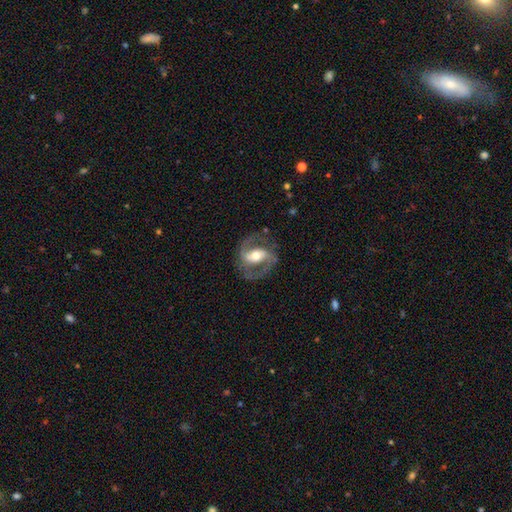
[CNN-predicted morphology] Smooth or featured? Predicted: featured or disk (p=0.87). Edge-on disk? Predicted: no (p=0.97). Bar? Predicted: strong (p=0.41). Spiral arms? Predicted: yes (p=0.94). Spiral winding? Predicted: medium (p=0.60). Spiral arm count? Predicted: 2 (p=0.92). Bulge size? Predicted: moderate (p=0.68). Merging? Predicted: none (p=0.79).